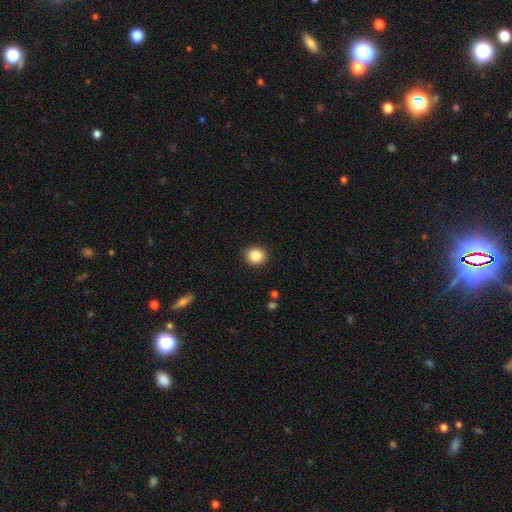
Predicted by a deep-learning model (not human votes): Smooth or featured? Predicted: smooth (p=0.86). How rounded? Predicted: round (p=0.86). Merging? Predicted: none (p=0.91).